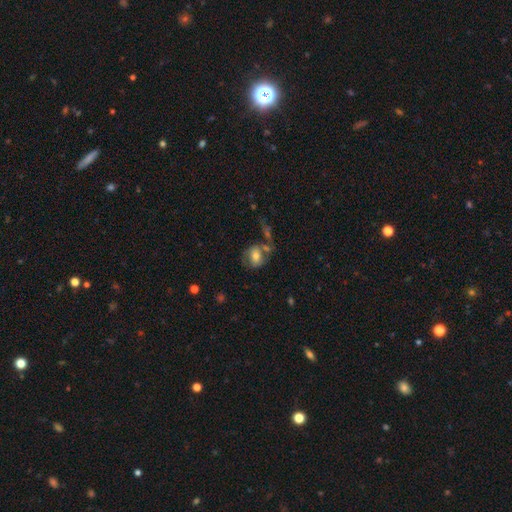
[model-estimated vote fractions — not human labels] This is possibly a smooth galaxy (54%). How rounded: possibly round (50%). Merging: marginally none (40%).